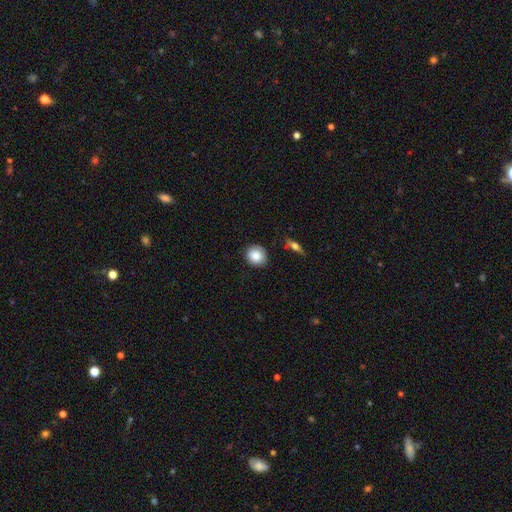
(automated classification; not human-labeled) Smooth or featured? Predicted: smooth (p=0.85). How rounded? Predicted: round (p=0.85). Merging? Predicted: none (p=0.83).